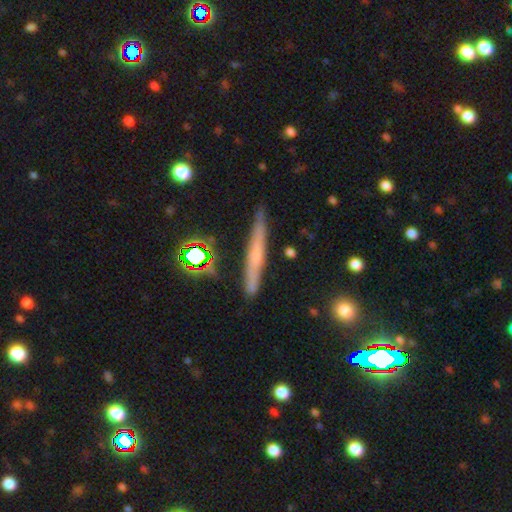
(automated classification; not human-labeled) A featured or disk galaxy (47%). Merging: none (85%).